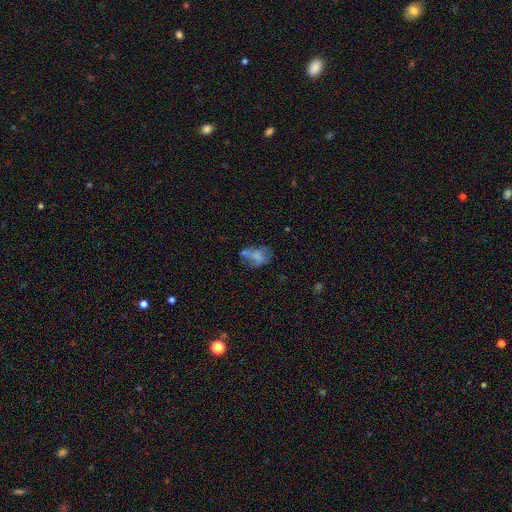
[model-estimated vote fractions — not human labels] Q: Smooth or featured?
A: smooth (52%); runner-up: featured or disk (36%)
Q: How rounded?
A: in between (82%); runner-up: round (16%)
Q: Merging?
A: none (36%); runner-up: major disturbance (24%)